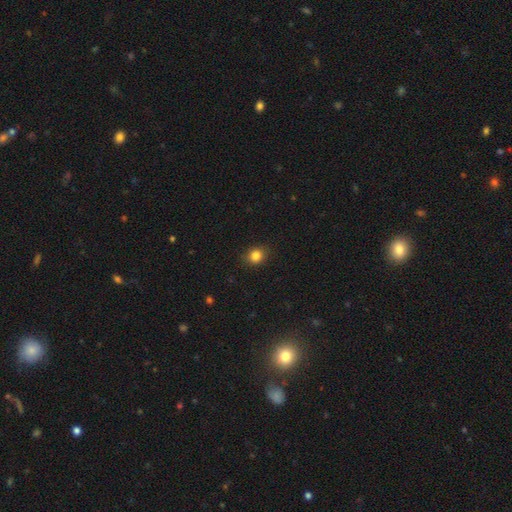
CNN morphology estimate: type=smooth (84%); roundness=round (77%); merging=none (88%).